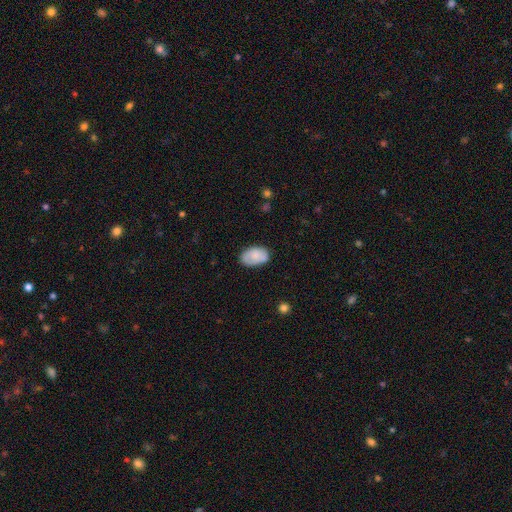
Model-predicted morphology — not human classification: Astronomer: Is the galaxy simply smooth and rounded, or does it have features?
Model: smooth — 79%.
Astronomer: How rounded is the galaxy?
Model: in between — 93%.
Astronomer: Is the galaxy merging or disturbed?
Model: none — 75%.